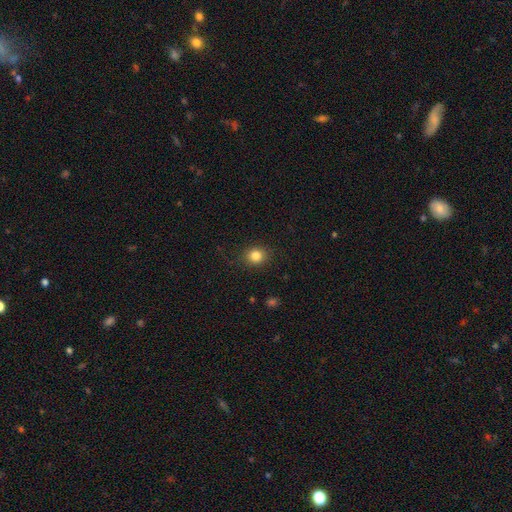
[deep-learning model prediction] Overall: smooth (84%). How rounded: round (74%). Merging: none (87%).